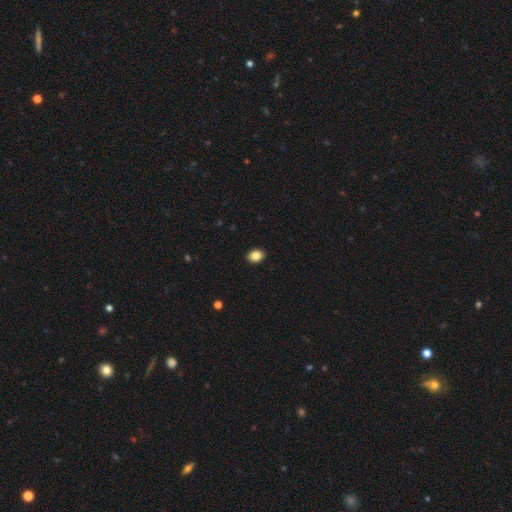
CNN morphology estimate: smooth_or_featured: smooth (p=0.86) [alt: star or artifact p=0.09]
how_rounded: in between (p=0.54) [alt: round p=0.45]
merging: none (p=0.92) [alt: minor disturbance p=0.06]